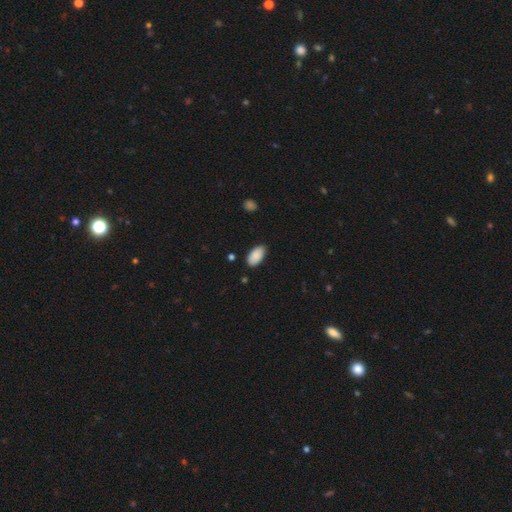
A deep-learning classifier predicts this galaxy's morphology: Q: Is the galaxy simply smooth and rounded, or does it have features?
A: smooth — 89%.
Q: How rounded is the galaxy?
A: in between — 96%.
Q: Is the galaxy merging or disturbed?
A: none — 83%.